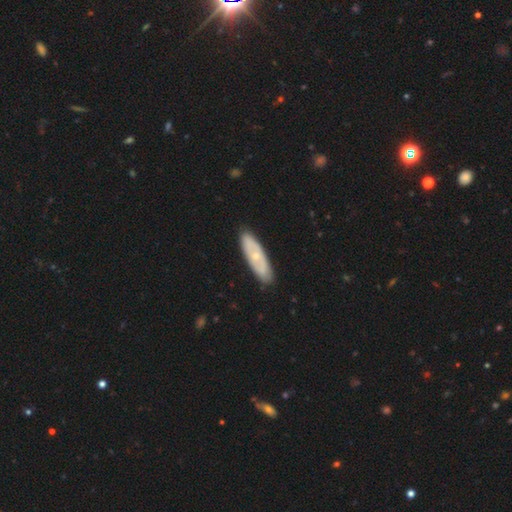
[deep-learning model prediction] The model was most divided on "smooth or featured": featured or disk: 52%, smooth: 42%, star or artifact: 6%. More confident: merging — none (87%); edge-on disk — no (72%).